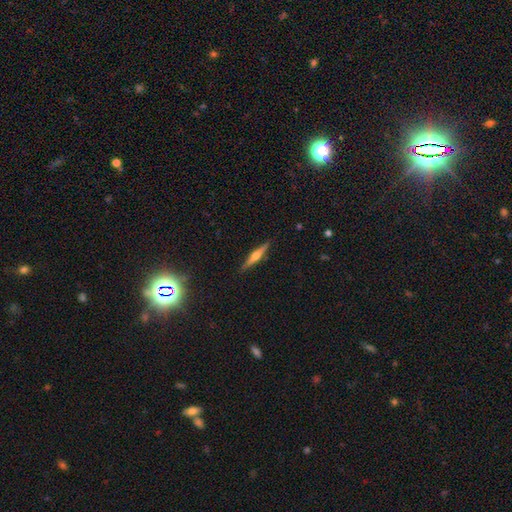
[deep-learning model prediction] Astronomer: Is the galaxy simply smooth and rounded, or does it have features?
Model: featured or disk — 67%.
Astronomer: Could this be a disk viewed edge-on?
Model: yes — 97%.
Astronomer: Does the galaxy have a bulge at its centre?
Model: rounded — 89%.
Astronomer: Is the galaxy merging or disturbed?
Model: none — 90%.